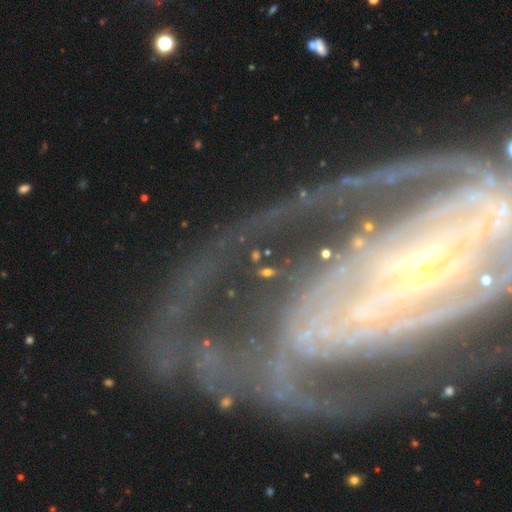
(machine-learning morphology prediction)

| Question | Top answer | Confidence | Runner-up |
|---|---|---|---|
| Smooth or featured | featured or disk | 44% | star or artifact (40%) |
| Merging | none | 54% | major disturbance (20%) |